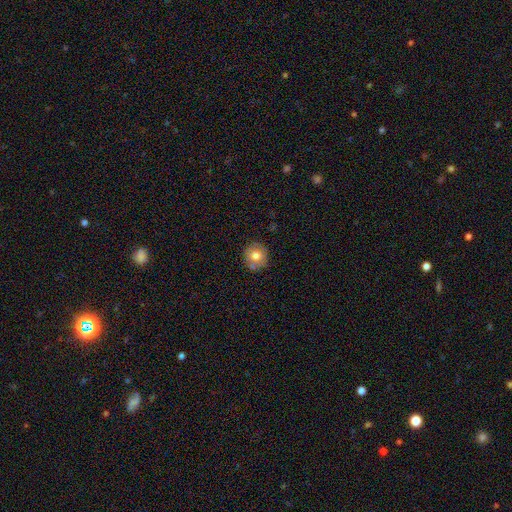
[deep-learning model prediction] Smooth or featured: smooth — 75% (featured or disk — 16%)
How rounded: round — 90% (in between — 9%)
Merging: none — 82% (minor disturbance — 12%)